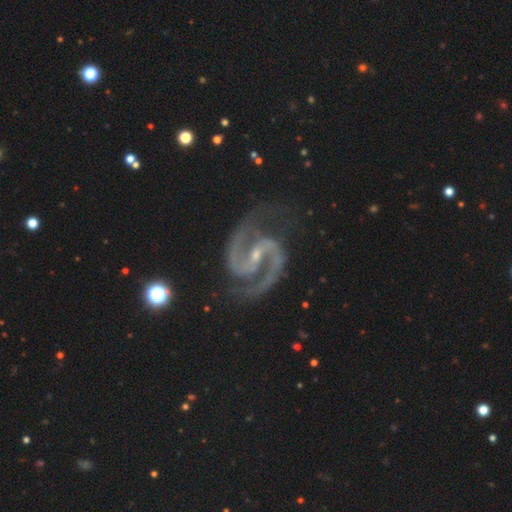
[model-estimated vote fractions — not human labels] smooth-or-featured: featured or disk: 94% | star or artifact: 4% | smooth: 2%
  disk-edge-on: no: 98% | yes: 2%
    bar: strong: 45% | weak: 37% | no: 18%
    has-spiral-arms: yes: 99% | no: 1%
      spiral-winding: medium: 69% | tight: 19% | loose: 12%
      spiral-arm-count: 2: 94% | 3: 2% | can't tell: 1% | 1: 1% | 4: 1% | more than 4: 1%
    bulge-size: small: 76% | moderate: 17% | none: 5% | large: 1% | dominant: 1%
  merging: none: 77% | minor disturbance: 15% | major disturbance: 6% | merger: 2%